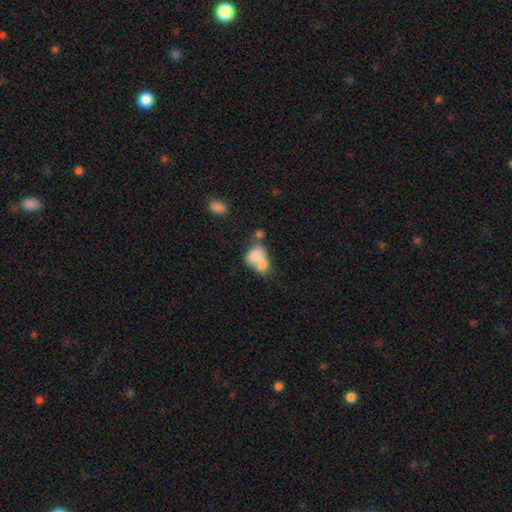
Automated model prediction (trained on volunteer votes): The model was most divided on "how rounded": in between: 58%, round: 41%, cigar-shaped: 1%. More confident: smooth or featured — smooth (75%); merging — merger (70%).